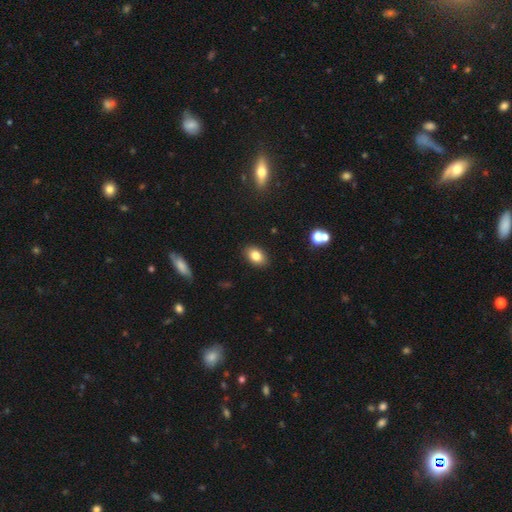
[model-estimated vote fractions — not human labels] Overall: smooth (82%). How rounded: in between (85%). Merging: none (89%).